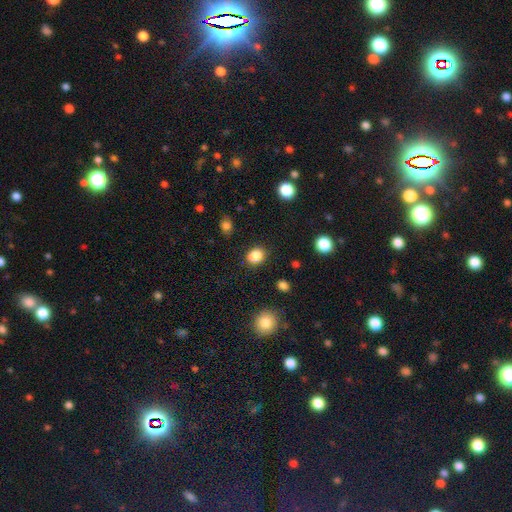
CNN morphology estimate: Smooth or featured?
  - smooth: 86% *
  - star or artifact: 10%
  - featured or disk: 5%
How rounded?
  - round: 57% *
  - in between: 42%
  - cigar-shaped: 1%
Merging?
  - none: 86% *
  - minor disturbance: 9%
  - major disturbance: 3%
  - merger: 2%